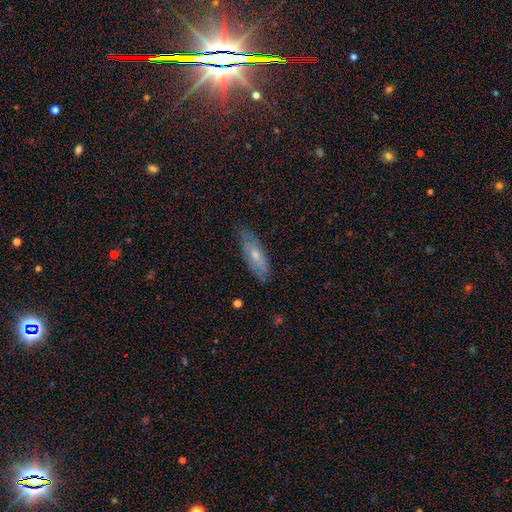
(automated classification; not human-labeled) Overall: smooth (54%; featured or disk 38%). How rounded: in between (58%; cigar-shaped 40%). Merging: none (73%).